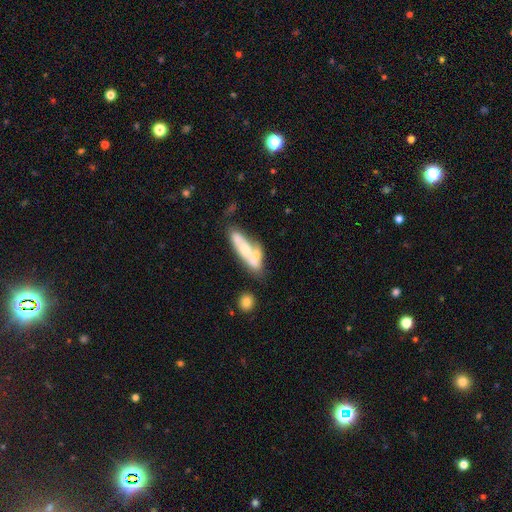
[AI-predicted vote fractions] smooth_or_featured: smooth (p=0.48) [alt: featured or disk p=0.46]
merging: merger (p=0.46) [alt: none p=0.24]